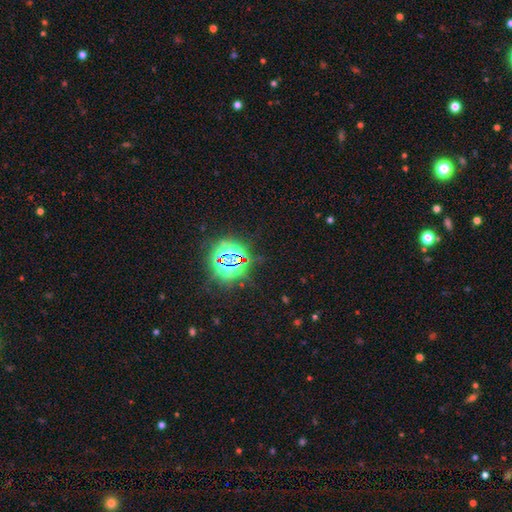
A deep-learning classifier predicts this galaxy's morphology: smooth-or-featured: star or artifact: 69% | smooth: 25% | featured or disk: 6%